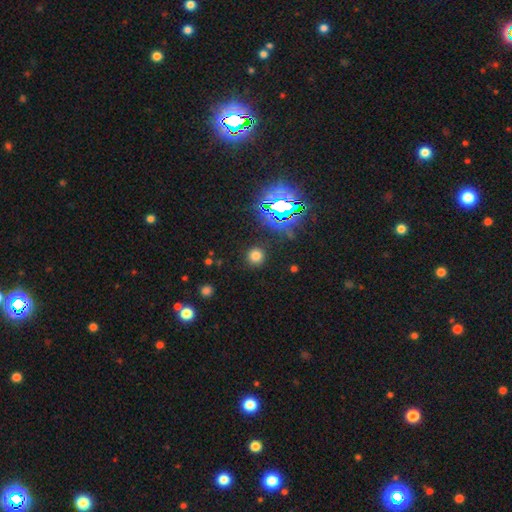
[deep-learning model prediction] smooth 68%, star or artifact 26%, featured or disk 6%. Down the decision tree: how rounded — round (93%); merging — none (89%).